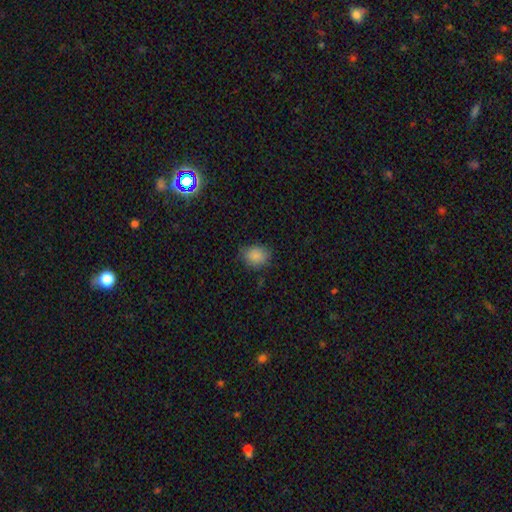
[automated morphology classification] This is clearly a smooth galaxy (86%). How rounded: possibly round (60%). Merging: likely none (76%).